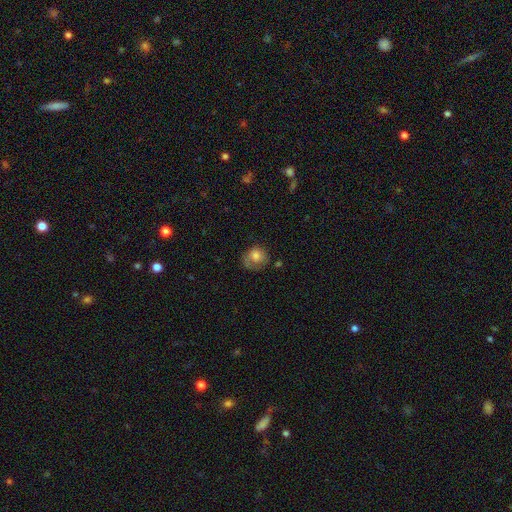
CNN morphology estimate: smooth-or-featured: smooth: 69% | featured or disk: 22% | star or artifact: 9%
  how-rounded: round: 72% | in between: 27% | cigar-shaped: 1%
  merging: none: 46% | minor disturbance: 27% | major disturbance: 23% | merger: 4%